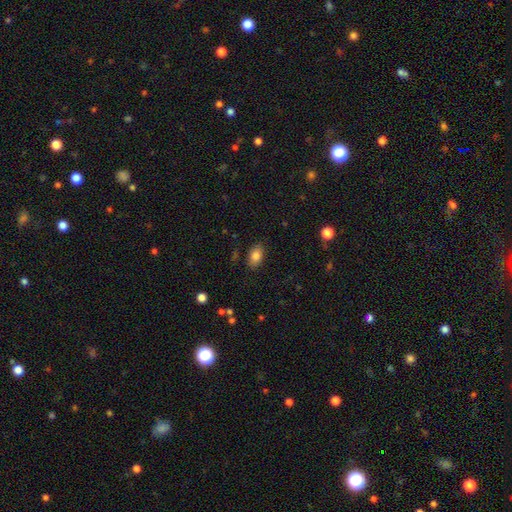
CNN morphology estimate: Smooth or featured? smooth (83%)
How rounded? in between (89%)
Merging? none (85%)